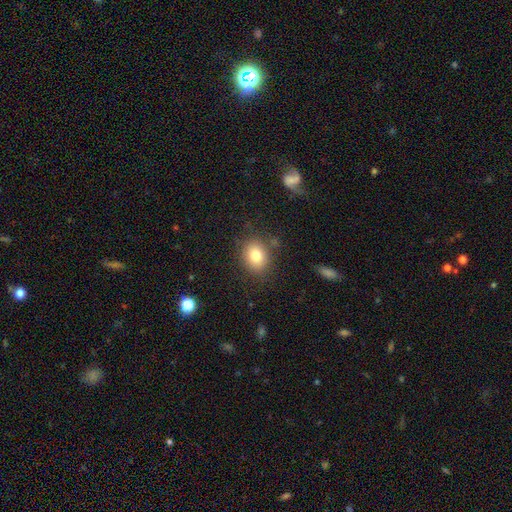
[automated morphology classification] smooth-or-featured: smooth: 80% | star or artifact: 11% | featured or disk: 10%
  how-rounded: round: 58% | in between: 42% | cigar-shaped: 1%
  merging: none: 82% | minor disturbance: 12% | major disturbance: 4% | merger: 3%